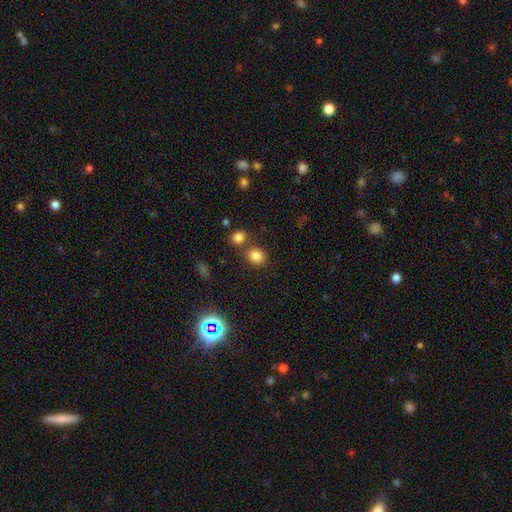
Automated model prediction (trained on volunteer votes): This appears to be a smooth galaxy with no disk features (81%) that is round (66%). Merging: none (71%).